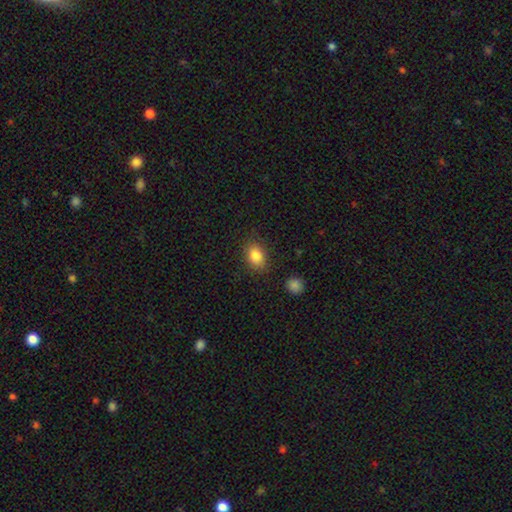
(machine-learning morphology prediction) type=smooth (86%); roundness=in between (71%); merging=none (82%).